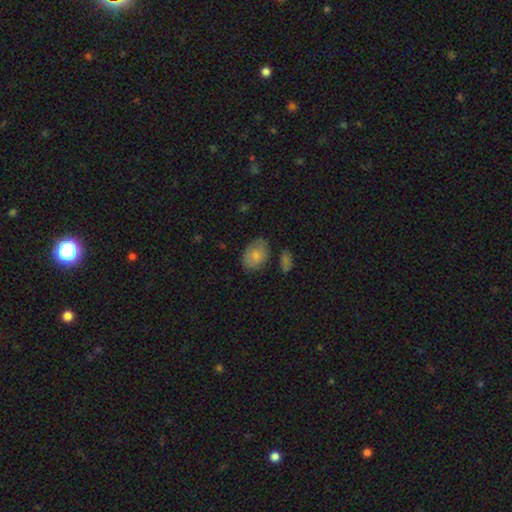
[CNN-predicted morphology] Q: Smooth or featured?
A: smooth (80%); runner-up: featured or disk (13%)
Q: How rounded?
A: in between (73%); runner-up: round (26%)
Q: Merging?
A: none (69%); runner-up: minor disturbance (20%)